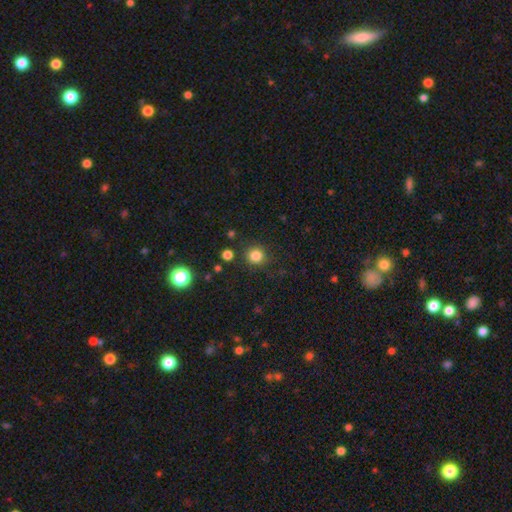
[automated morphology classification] Q: Smooth or featured?
A: smooth (82%); runner-up: star or artifact (13%)
Q: How rounded?
A: round (91%); runner-up: in between (8%)
Q: Merging?
A: none (84%); runner-up: minor disturbance (9%)